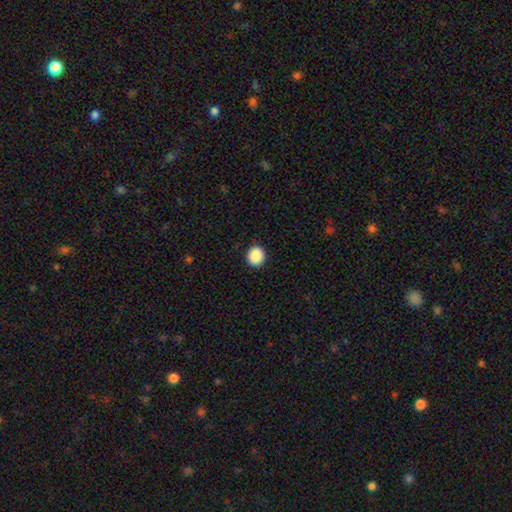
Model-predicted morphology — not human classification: This is clearly a smooth galaxy (89%). How rounded: clearly round (84%). Merging: clearly none (92%).